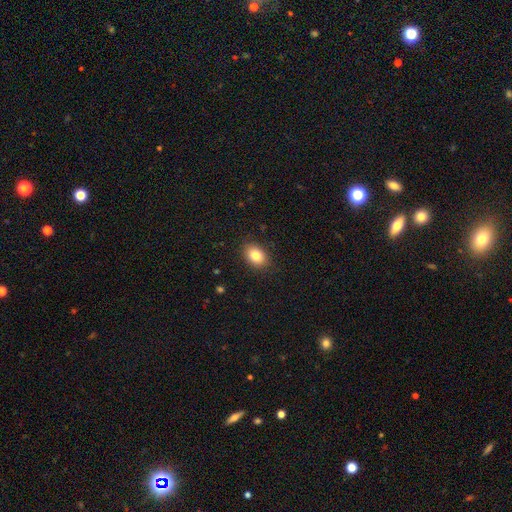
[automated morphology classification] This is clearly a smooth galaxy (83%). How rounded: likely in between (73%). Merging: clearly none (88%).